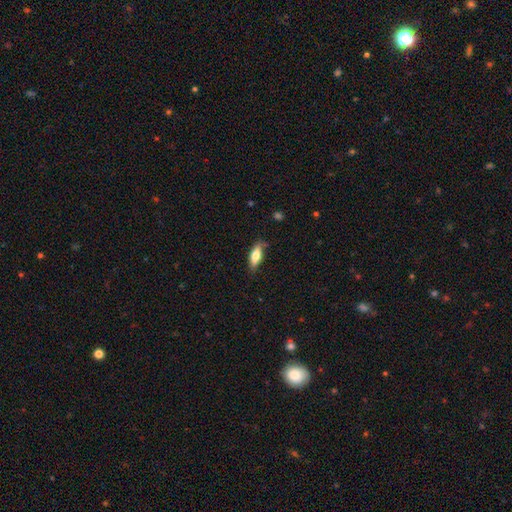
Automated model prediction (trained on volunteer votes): A smooth galaxy with no disk features (66%) that is in between round and cigar-shaped (62%).

Vote fractions:
- Smooth or featured? smooth: 66% / featured or disk: 28% / star or artifact: 6%
- How rounded? in between: 62% / cigar-shaped: 36% / round: 2%
- Merging? none: 75% / minor disturbance: 19% / major disturbance: 4% / merger: 2%